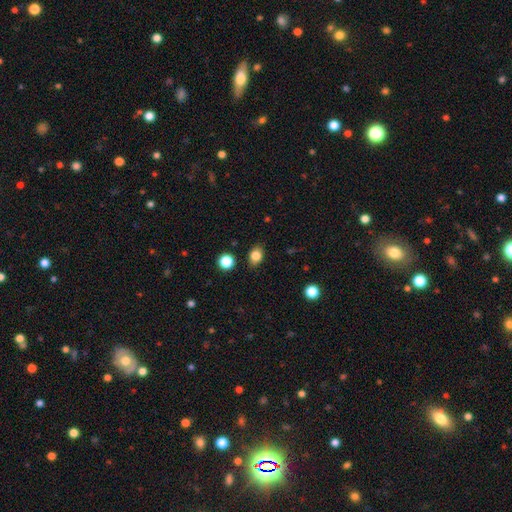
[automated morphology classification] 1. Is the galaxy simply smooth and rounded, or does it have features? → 82% smooth, 11% star or artifact, 7% featured or disk.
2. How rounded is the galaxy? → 65% in between, 34% round, 1% cigar-shaped.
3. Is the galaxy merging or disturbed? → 86% none, 10% minor disturbance, 2% major disturbance, 2% merger.